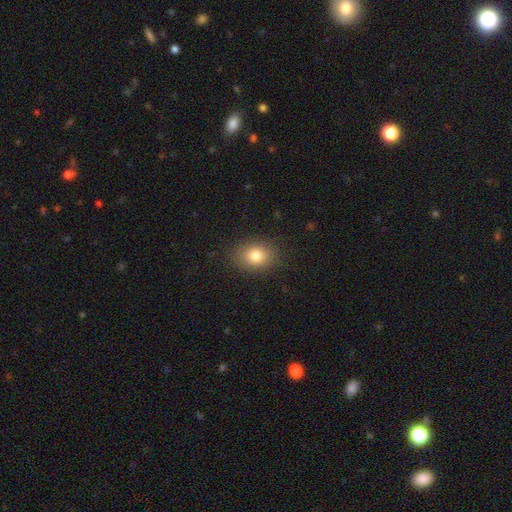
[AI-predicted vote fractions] This is clearly a smooth galaxy (80%). How rounded: likely in between (61%). Merging: clearly none (87%).